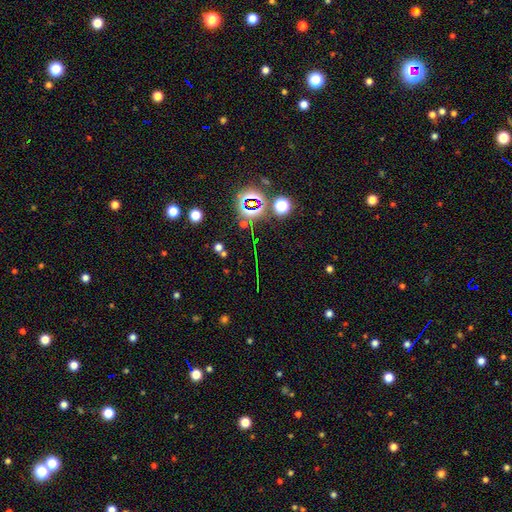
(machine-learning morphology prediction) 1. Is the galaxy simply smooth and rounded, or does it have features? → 74% star or artifact, 16% smooth, 10% featured or disk.